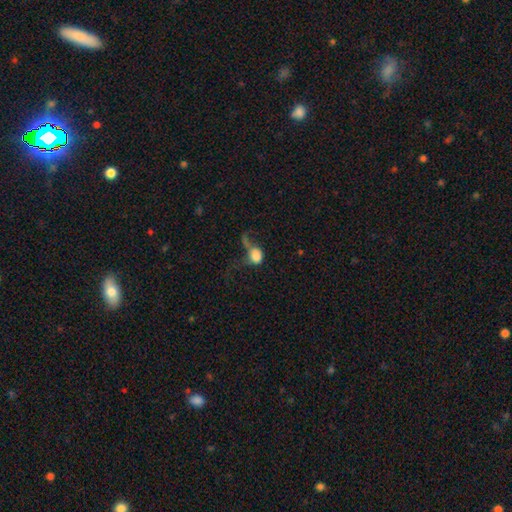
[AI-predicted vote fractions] Q: Smooth or featured?
A: smooth (72%); runner-up: featured or disk (17%)
Q: How rounded?
A: round (58%); runner-up: in between (39%)
Q: Merging?
A: major disturbance (49%); runner-up: none (20%)